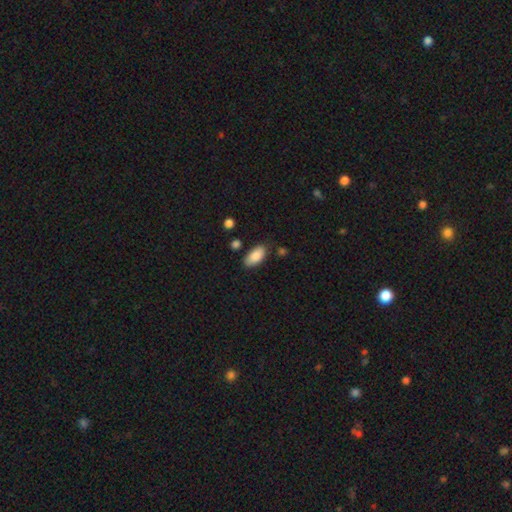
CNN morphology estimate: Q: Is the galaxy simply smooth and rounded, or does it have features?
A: smooth — 88%.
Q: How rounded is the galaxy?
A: in between — 93%.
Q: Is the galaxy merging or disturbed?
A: none — 78%.